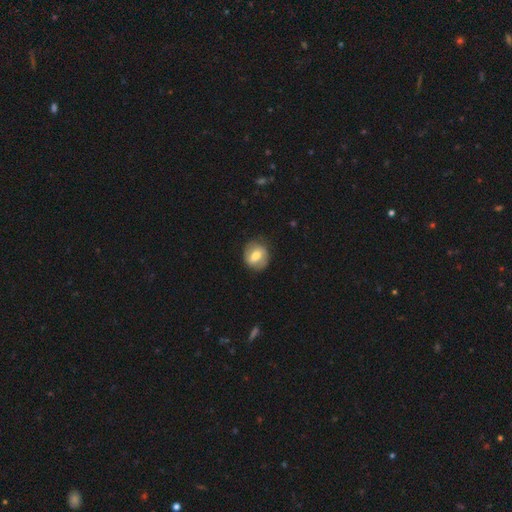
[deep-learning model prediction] Smooth or featured?
  - smooth: 54% *
  - featured or disk: 39%
  - star or artifact: 7%
How rounded?
  - round: 68% *
  - in between: 31%
  - cigar-shaped: 1%
Merging?
  - none: 82% *
  - minor disturbance: 13%
  - major disturbance: 4%
  - merger: 1%